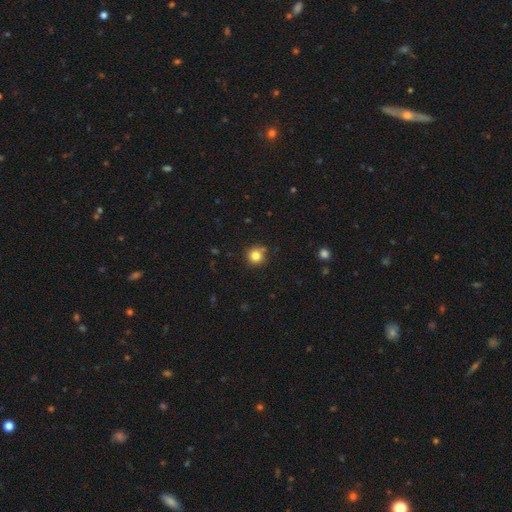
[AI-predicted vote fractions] smooth_or_featured: smooth (p=0.82) [alt: star or artifact p=0.12]
how_rounded: round (p=0.93) [alt: in between p=0.06]
merging: none (p=0.80) [alt: minor disturbance p=0.12]